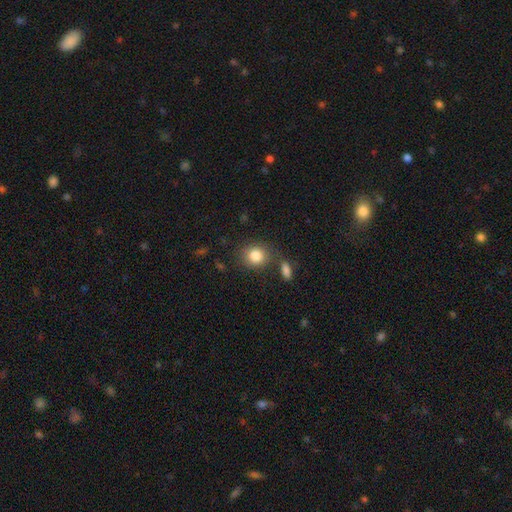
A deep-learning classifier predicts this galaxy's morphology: Smooth or featured? smooth (84%)
How rounded? round (76%)
Merging? none (73%)